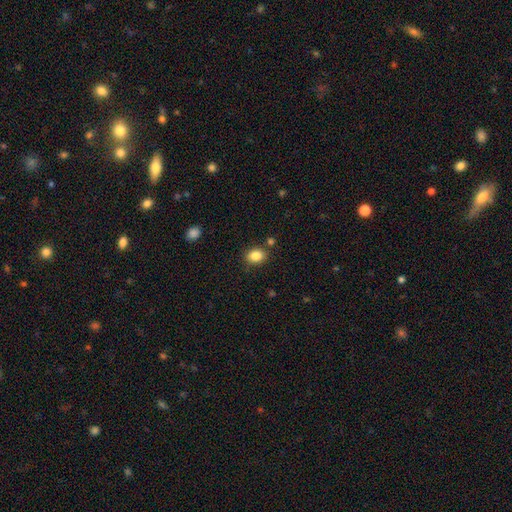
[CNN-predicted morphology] This is clearly a smooth galaxy (85%). How rounded: possibly in between (57%). Merging: clearly none (82%).